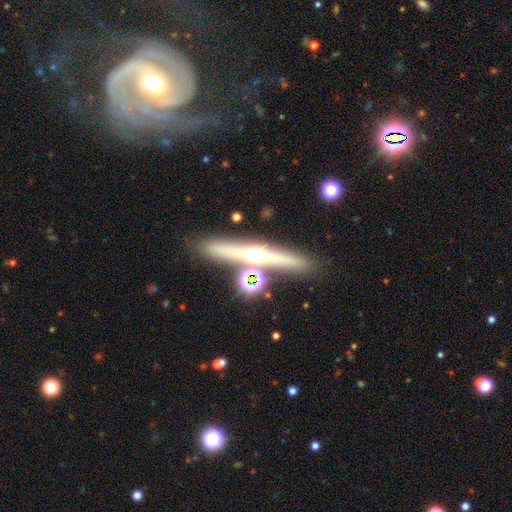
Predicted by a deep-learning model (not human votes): Morphology: type=featured or disk (66%); edge-on=yes (94%); edge-on bulge=rounded (94%); merging=none (81%).